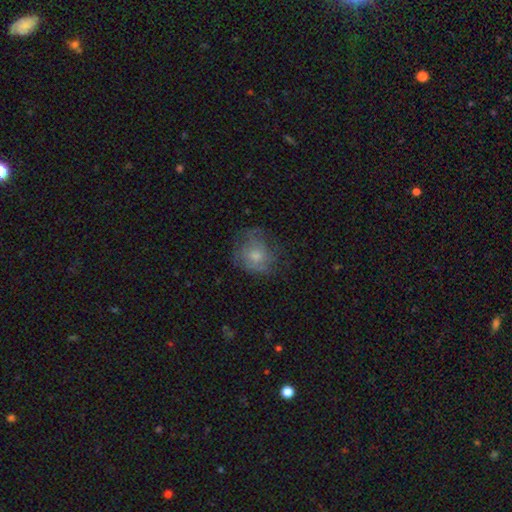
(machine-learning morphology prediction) Overall: smooth (58%; featured or disk 32%). How rounded: round (71%). Merging: none (53%; minor disturbance 26%).